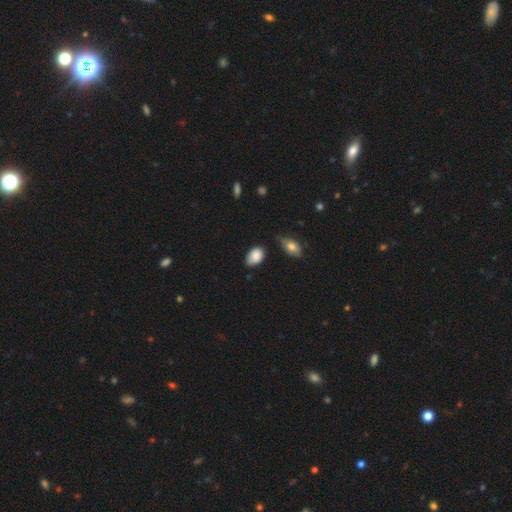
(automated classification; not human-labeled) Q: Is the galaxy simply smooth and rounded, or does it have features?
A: smooth — 85%.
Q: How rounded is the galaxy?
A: in between — 86%.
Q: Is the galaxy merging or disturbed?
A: none — 59%.